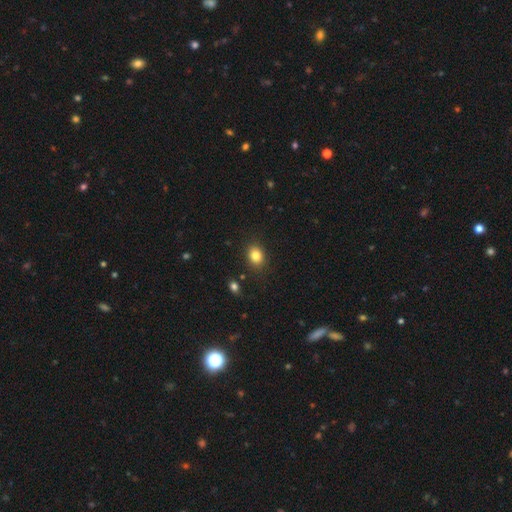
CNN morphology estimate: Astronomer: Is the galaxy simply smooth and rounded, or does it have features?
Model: smooth — 83%.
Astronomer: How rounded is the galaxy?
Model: in between — 52% (runner-up: round, 47%).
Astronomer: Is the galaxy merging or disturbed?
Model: none — 86%.